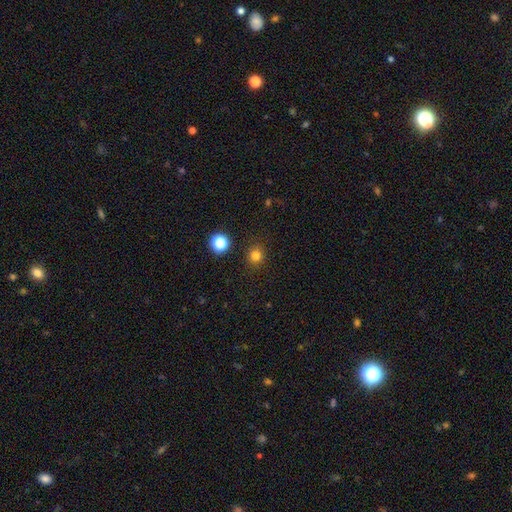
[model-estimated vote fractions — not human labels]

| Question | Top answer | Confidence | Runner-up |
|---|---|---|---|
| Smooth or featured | smooth | 80% | star or artifact (15%) |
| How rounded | round | 89% | in between (11%) |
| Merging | none | 90% | minor disturbance (6%) |